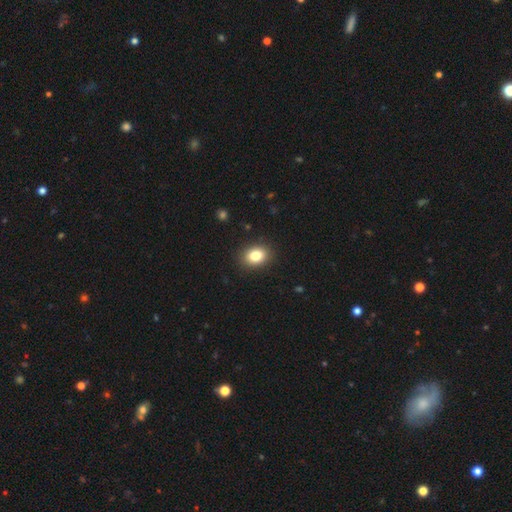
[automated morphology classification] smooth_or_featured: smooth (p=0.83) [alt: star or artifact p=0.09]
how_rounded: in between (p=0.65) [alt: round p=0.34]
merging: none (p=0.89) [alt: minor disturbance p=0.07]